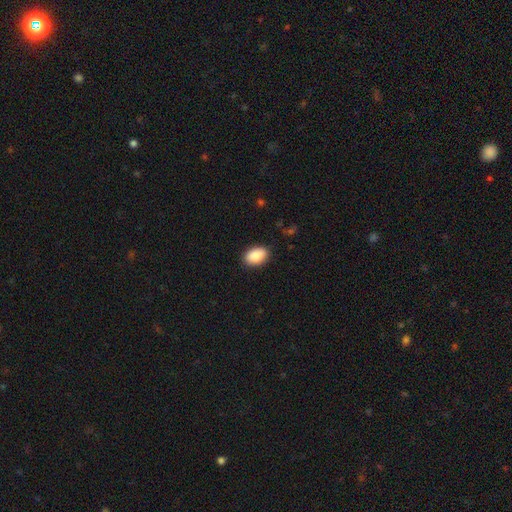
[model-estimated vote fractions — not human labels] Smooth or featured: smooth — 88% (star or artifact — 7%)
How rounded: in between — 89% (round — 10%)
Merging: none — 88% (minor disturbance — 9%)